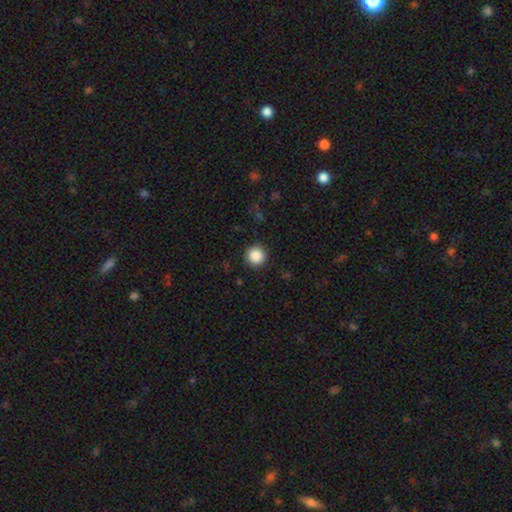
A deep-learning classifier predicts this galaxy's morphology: type=smooth (88%); roundness=round (95%); merging=none (91%).